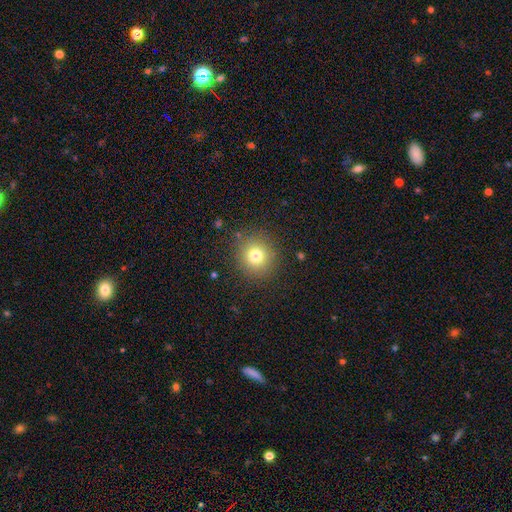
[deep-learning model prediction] Smooth or featured: smooth — 77% (star or artifact — 14%)
How rounded: round — 91% (in between — 8%)
Merging: none — 88% (minor disturbance — 8%)